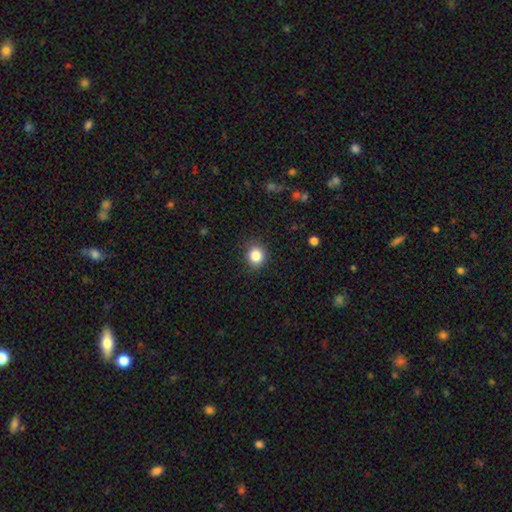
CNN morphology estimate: The model was most divided on "how rounded": round: 83%, in between: 16%, cigar-shaped: 1%. More confident: merging — none (88%); smooth or featured — smooth (85%).